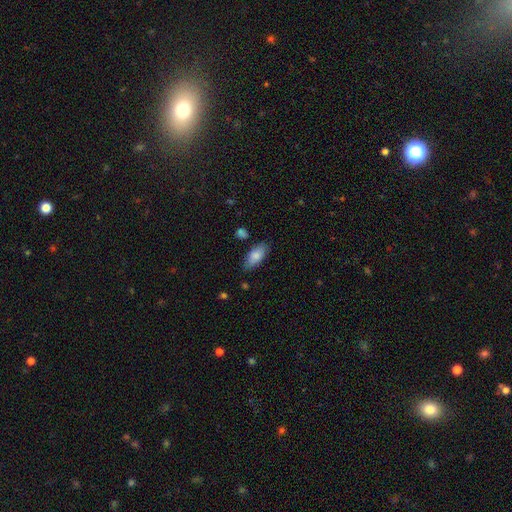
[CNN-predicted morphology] This is clearly a smooth galaxy (81%). How rounded: clearly in between (87%). Merging: likely none (79%).